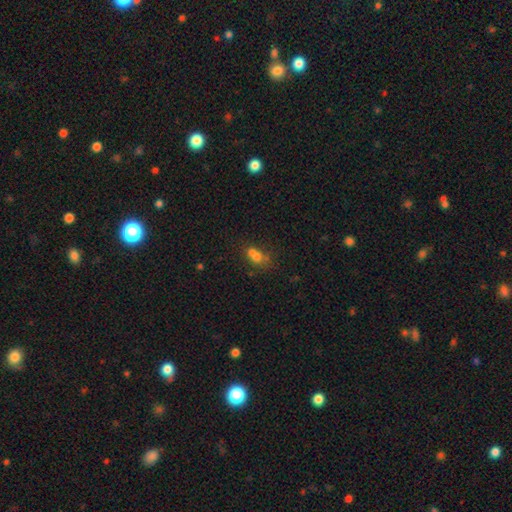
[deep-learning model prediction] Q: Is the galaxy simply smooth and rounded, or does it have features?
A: smooth — 65%.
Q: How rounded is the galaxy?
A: in between — 50%.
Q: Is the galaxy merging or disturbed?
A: merger — 54%.